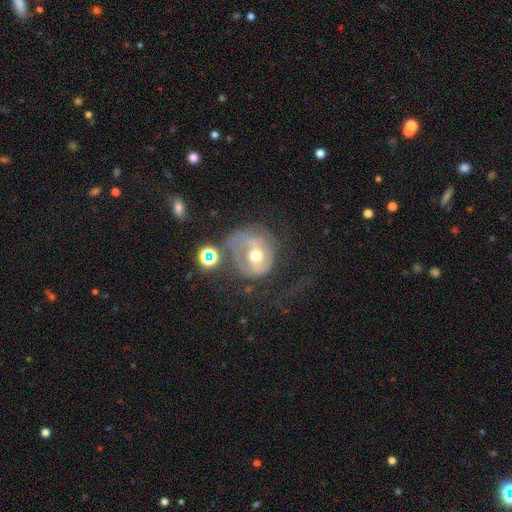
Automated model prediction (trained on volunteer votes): This is likely a featured or disk galaxy (63%). It is clearly not viewed edge-on (97%). Bar: possibly no (55%). Spiral arm pattern: possibly yes (58%). Central bulge: likely moderate (73%). Merging: marginally major disturbance (40%).